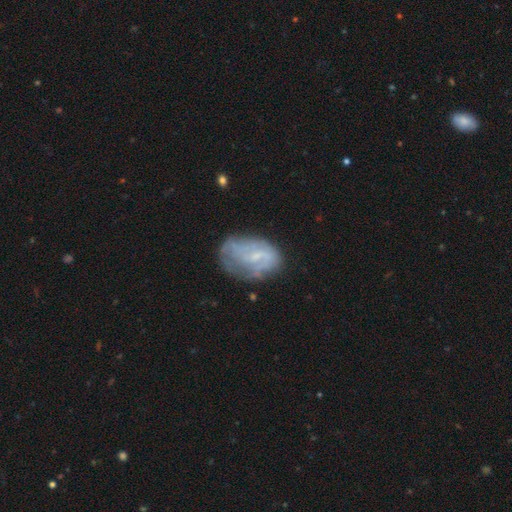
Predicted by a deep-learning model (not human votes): Morphology: type=featured or disk (56%); edge-on=no (96%); bar=weak (45%); spiral arms=yes (56%); bulge=small (51%); merging=none (46%).